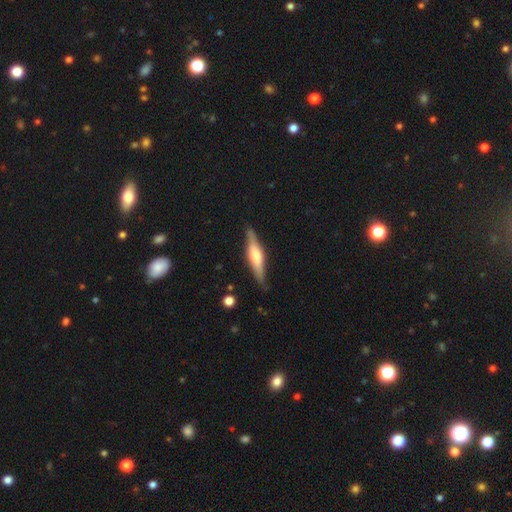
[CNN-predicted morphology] Smooth or featured?
  - featured or disk: 57% *
  - smooth: 37%
  - star or artifact: 6%
Edge-on disk?
  - yes: 94% *
  - no: 6%
Edge-on bulge?
  - rounded: 64% *
  - boxy: 27%
  - none: 9%
Merging?
  - none: 84% *
  - minor disturbance: 12%
  - major disturbance: 2%
  - merger: 1%